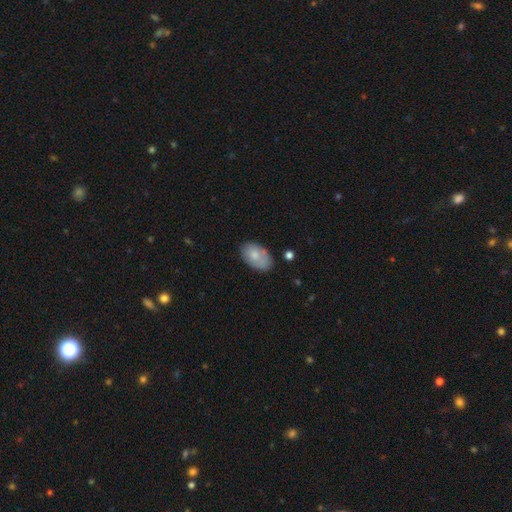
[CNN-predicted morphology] Smooth or featured? smooth (77%)
How rounded? in between (92%)
Merging? none (71%)